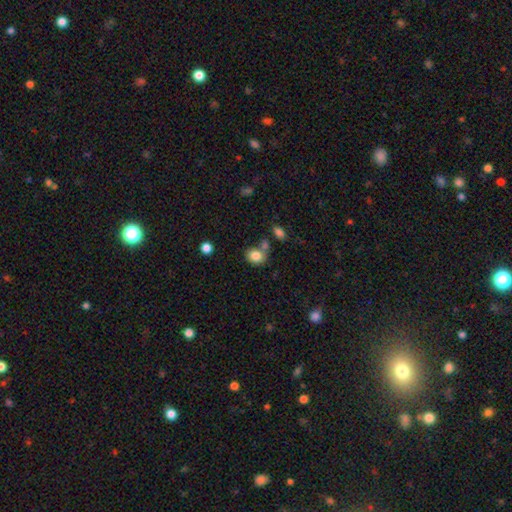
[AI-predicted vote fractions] Smooth or featured? Predicted: smooth (p=0.83). How rounded? Predicted: round (p=0.59). Merging? Predicted: none (p=0.60).